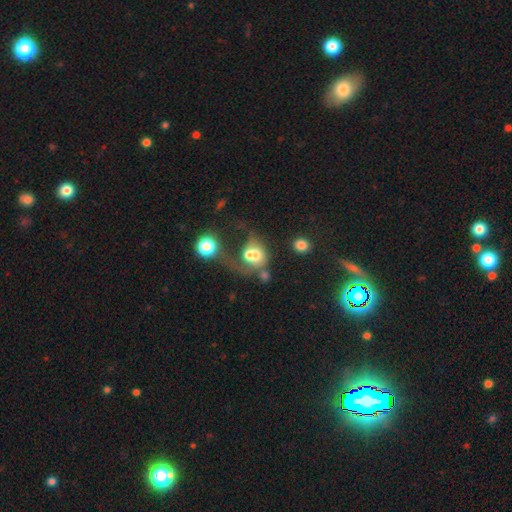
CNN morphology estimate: This appears to be a smooth galaxy with no disk features (59%) that is round (54%). Merging: merger (56%).